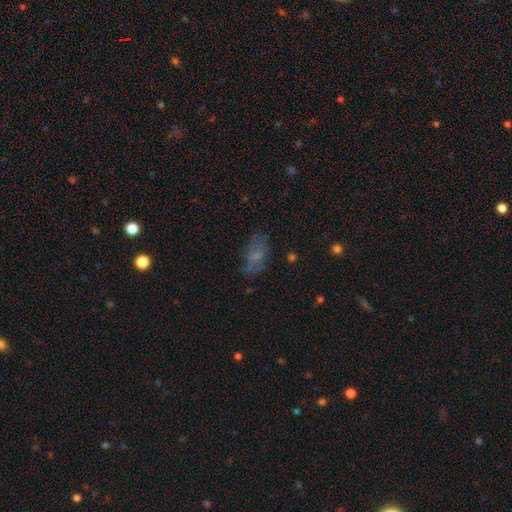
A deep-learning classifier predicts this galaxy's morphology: A smooth galaxy with no disk features (51%) that is in between round and cigar-shaped (87%).

Vote fractions:
- Smooth or featured? smooth: 51% / featured or disk: 34% / star or artifact: 15%
- How rounded? in between: 87% / round: 7% / cigar-shaped: 6%
- Merging? none: 60% / minor disturbance: 22% / major disturbance: 16% / merger: 3%